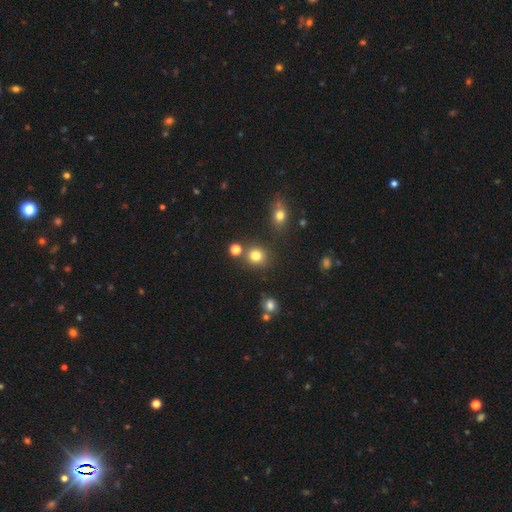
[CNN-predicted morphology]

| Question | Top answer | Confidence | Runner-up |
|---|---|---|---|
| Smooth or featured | smooth | 79% | star or artifact (15%) |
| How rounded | round | 87% | in between (12%) |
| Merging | none | 79% | minor disturbance (9%) |